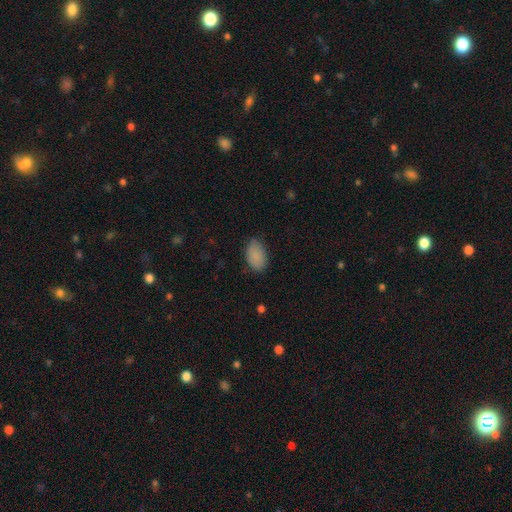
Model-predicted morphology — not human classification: A smooth galaxy with no disk features (87%) that is in between round and cigar-shaped (92%).

Vote fractions:
- Smooth or featured? smooth: 87% / star or artifact: 7% / featured or disk: 5%
- How rounded? in between: 92% / round: 6% / cigar-shaped: 1%
- Merging? none: 76% / minor disturbance: 19% / major disturbance: 4% / merger: 1%